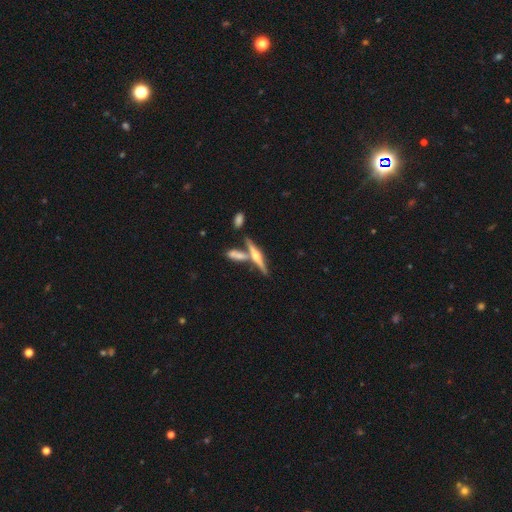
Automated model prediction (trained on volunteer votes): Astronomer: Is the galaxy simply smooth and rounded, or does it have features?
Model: featured or disk — 73%.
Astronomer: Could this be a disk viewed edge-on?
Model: yes — 96%.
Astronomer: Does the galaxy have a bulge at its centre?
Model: rounded — 90%.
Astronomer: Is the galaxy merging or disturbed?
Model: none — 65%.